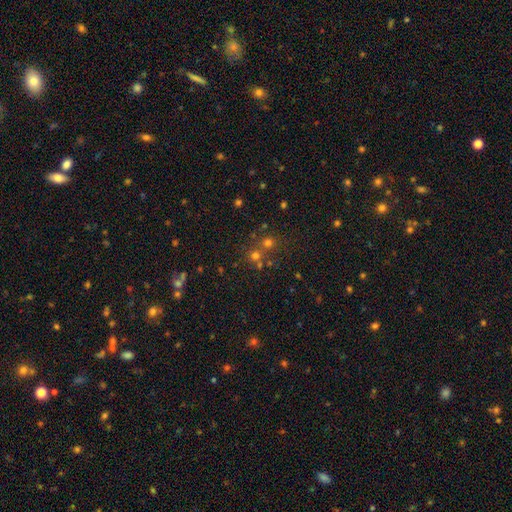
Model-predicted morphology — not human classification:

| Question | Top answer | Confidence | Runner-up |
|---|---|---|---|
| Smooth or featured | smooth | 56% | star or artifact (33%) |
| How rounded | round | 90% | in between (9%) |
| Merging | none | 62% | merger (29%) |